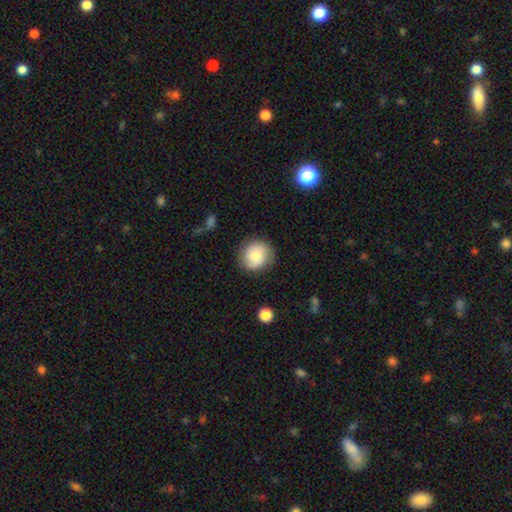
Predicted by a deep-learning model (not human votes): Smooth or featured? Predicted: smooth (p=0.72). How rounded? Predicted: round (p=0.87). Merging? Predicted: none (p=0.83).